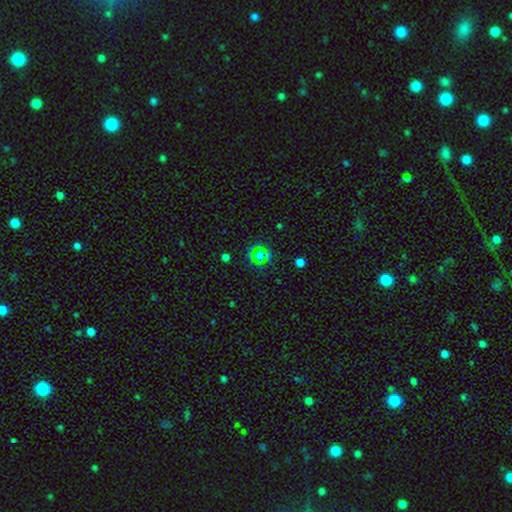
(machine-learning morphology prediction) Q: Smooth or featured?
A: star or artifact (45%); runner-up: smooth (42%)